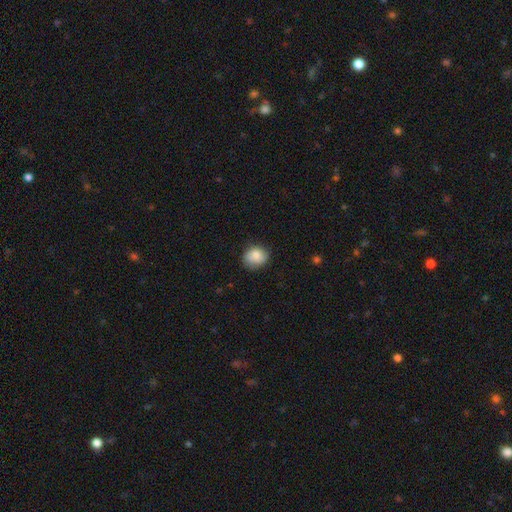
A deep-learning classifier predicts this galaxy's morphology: A smooth galaxy with no disk features (83%) that is round (66%). Merging: none (75%).